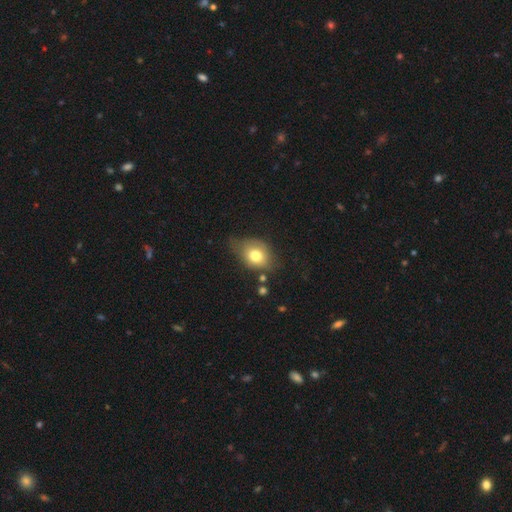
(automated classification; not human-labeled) Morphology: type=smooth (75%); roundness=in between (64%); merging=none (51%).